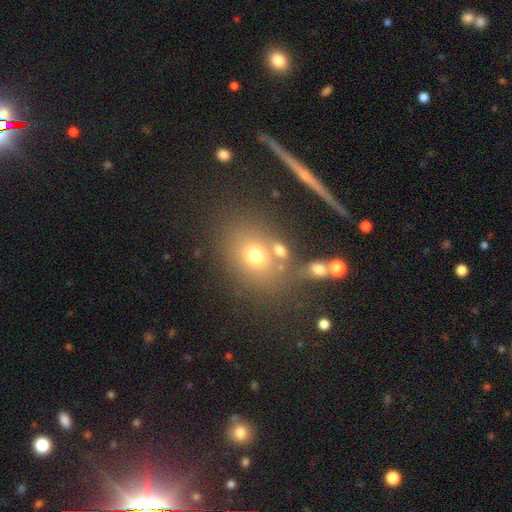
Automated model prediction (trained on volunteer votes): The model was most divided on "how rounded": round: 58%, in between: 40%, cigar-shaped: 2%. More confident: smooth or featured — smooth (67%); merging — none (64%).